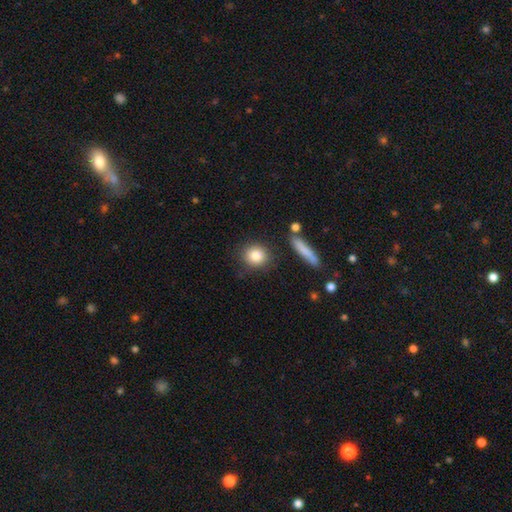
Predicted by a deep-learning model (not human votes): Smooth or featured?
  - smooth: 84% *
  - star or artifact: 8%
  - featured or disk: 8%
How rounded?
  - round: 81% *
  - in between: 16%
  - cigar-shaped: 2%
Merging?
  - none: 83% *
  - minor disturbance: 9%
  - merger: 5%
  - major disturbance: 3%